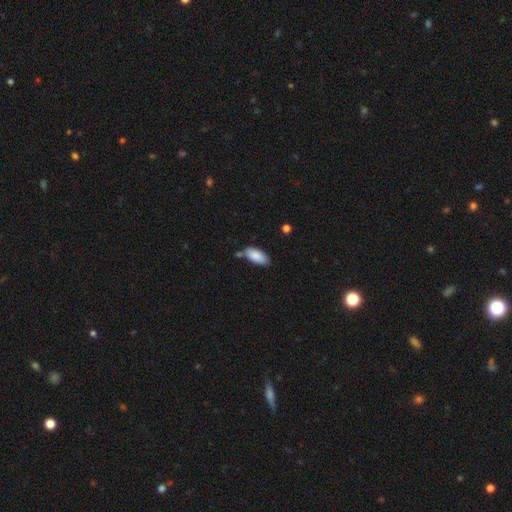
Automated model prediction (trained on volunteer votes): Q: Smooth or featured?
A: smooth (87%); runner-up: featured or disk (7%)
Q: How rounded?
A: in between (89%); runner-up: cigar-shaped (9%)
Q: Merging?
A: none (67%); runner-up: minor disturbance (20%)